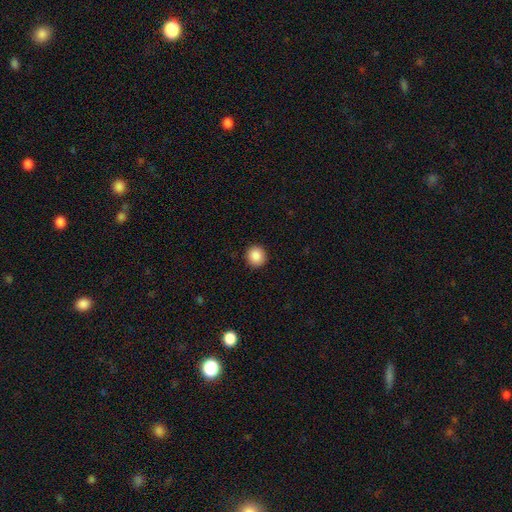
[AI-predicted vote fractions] A smooth galaxy with no disk features (88%) that is round (91%). Merging: none (92%).